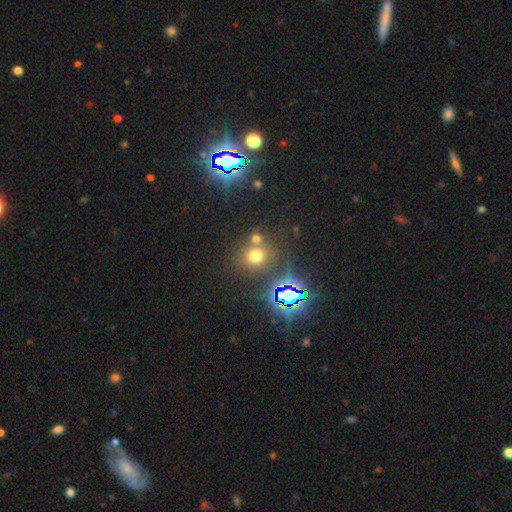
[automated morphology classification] Q: Smooth or featured?
A: smooth (61%); runner-up: star or artifact (30%)
Q: How rounded?
A: round (82%); runner-up: in between (17%)
Q: Merging?
A: none (64%); runner-up: merger (23%)